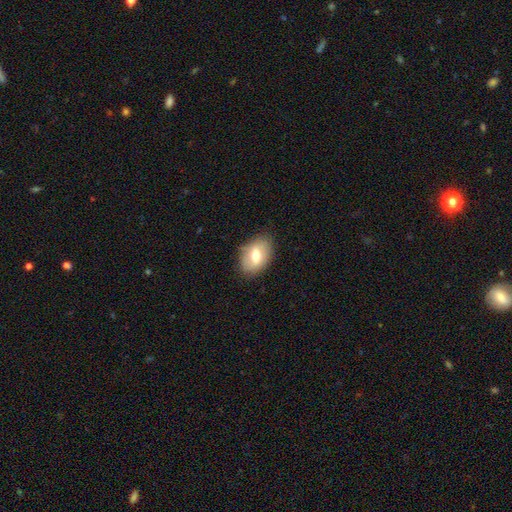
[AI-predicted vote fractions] A smooth galaxy with no disk features (63%) that is in between round and cigar-shaped (86%).

Vote fractions:
- Smooth or featured? smooth: 63% / featured or disk: 29% / star or artifact: 8%
- How rounded? in between: 86% / round: 12% / cigar-shaped: 1%
- Merging? none: 78% / minor disturbance: 17% / major disturbance: 4% / merger: 1%